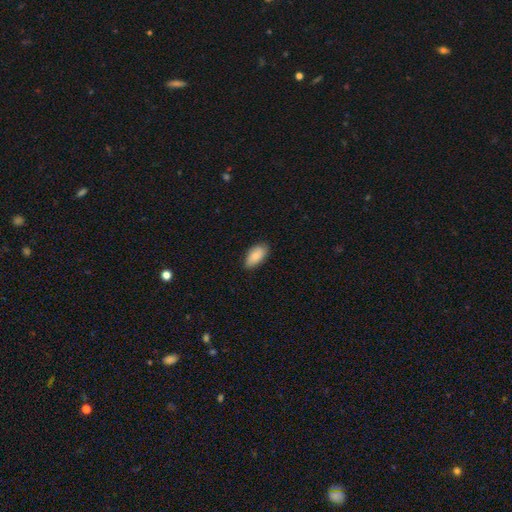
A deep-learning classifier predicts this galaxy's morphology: This is clearly a smooth galaxy (86%). How rounded: clearly in between (92%). Merging: clearly none (82%).